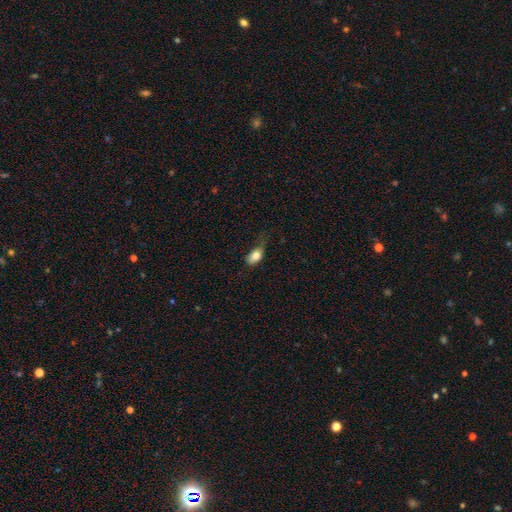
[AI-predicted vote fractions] A smooth galaxy with no disk features (80%) that is in between round and cigar-shaped (87%).

Vote fractions:
- Smooth or featured? smooth: 80% / featured or disk: 12% / star or artifact: 8%
- How rounded? in between: 87% / round: 9% / cigar-shaped: 5%
- Merging? minor disturbance: 39% / none: 37% / major disturbance: 21% / merger: 2%